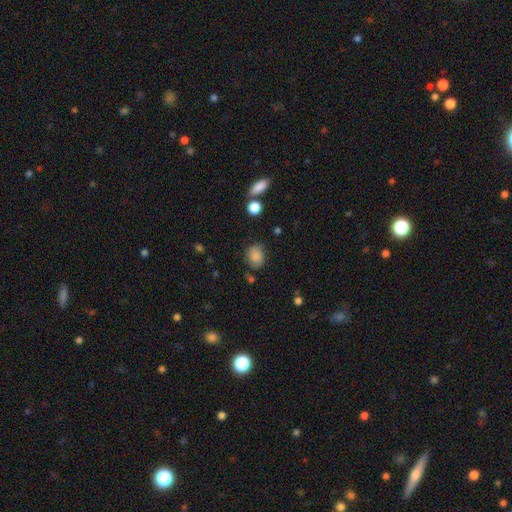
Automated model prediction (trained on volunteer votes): This is clearly a smooth galaxy (82%). How rounded: possibly round (51%). Merging: likely none (70%).